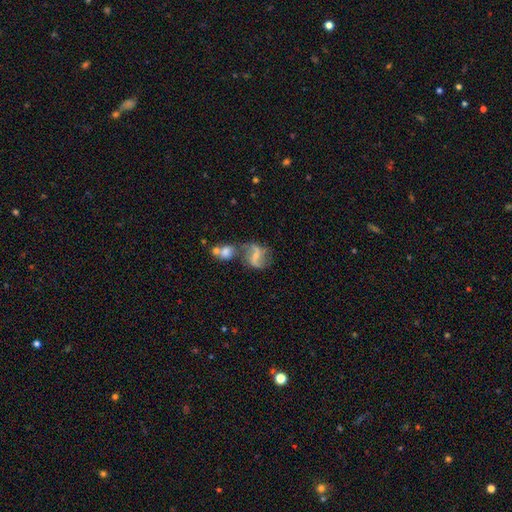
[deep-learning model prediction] A featured or disk galaxy (72%) with a weak bar (43%), 2 (88%) loose (63%) spiral arms (88%) and a small central bulge (56%). Merging: none (43%).